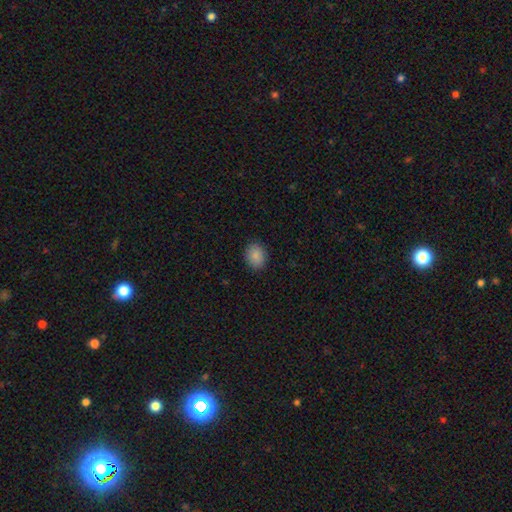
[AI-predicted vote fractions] Smooth or featured?
  - smooth: 88% *
  - star or artifact: 8%
  - featured or disk: 4%
How rounded?
  - in between: 56% *
  - round: 43%
  - cigar-shaped: 1%
Merging?
  - none: 89% *
  - minor disturbance: 8%
  - major disturbance: 2%
  - merger: 1%